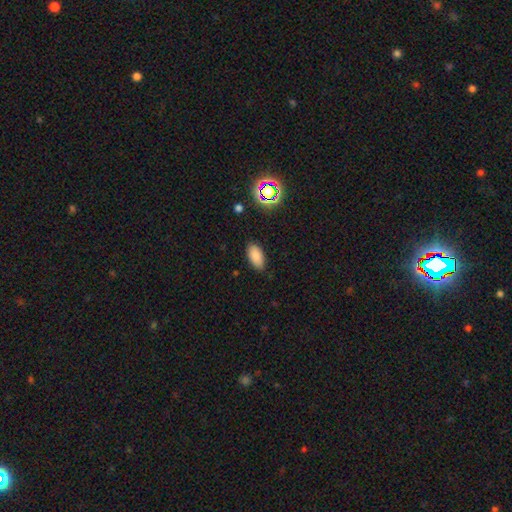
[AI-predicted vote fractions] A smooth galaxy with no disk features (82%) that is in between round and cigar-shaped (93%).

Vote fractions:
- Smooth or featured? smooth: 82% / star or artifact: 12% / featured or disk: 6%
- How rounded? in between: 93% / cigar-shaped: 4% / round: 3%
- Merging? none: 86% / minor disturbance: 11% / major disturbance: 2% / merger: 1%